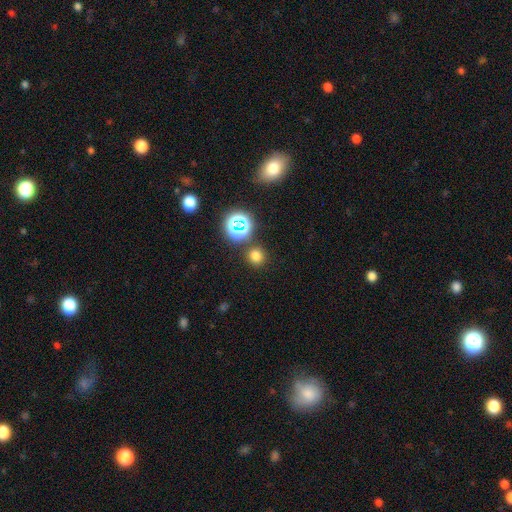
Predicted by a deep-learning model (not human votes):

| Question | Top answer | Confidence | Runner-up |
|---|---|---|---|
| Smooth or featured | smooth | 69% | star or artifact (25%) |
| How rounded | round | 92% | in between (7%) |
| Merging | none | 85% | minor disturbance (7%) |